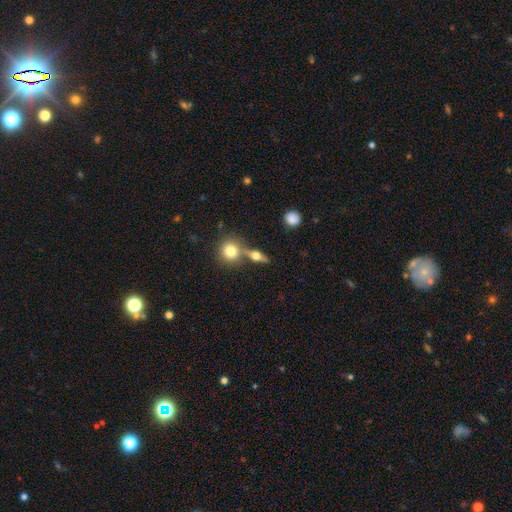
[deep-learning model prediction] smooth 45%, featured or disk 44%, star or artifact 11%. Down the decision tree: merging — none (61%).